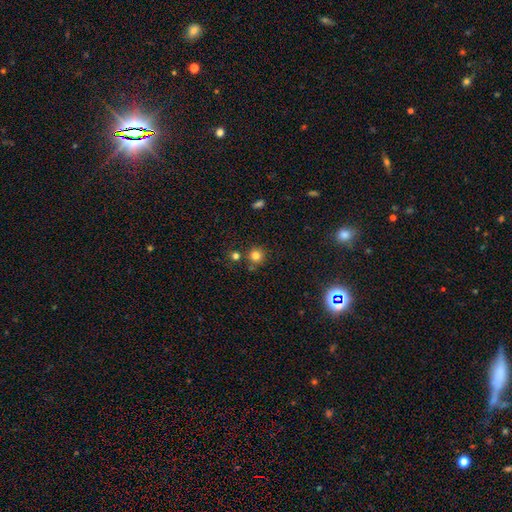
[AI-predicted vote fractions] A smooth galaxy with no disk features (80%) that is round (93%).

Vote fractions:
- Smooth or featured? smooth: 80% / star or artifact: 14% / featured or disk: 6%
- How rounded? round: 93% / in between: 6% / cigar-shaped: 1%
- Merging? none: 77% / merger: 11% / minor disturbance: 9% / major disturbance: 3%